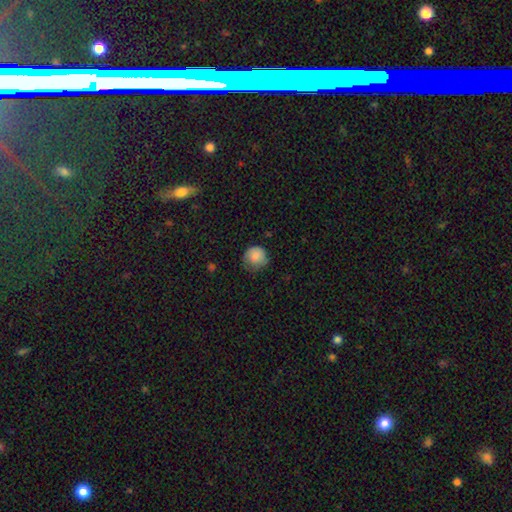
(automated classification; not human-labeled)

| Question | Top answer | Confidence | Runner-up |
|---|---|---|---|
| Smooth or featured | smooth | 82% | featured or disk (10%) |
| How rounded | round | 87% | in between (12%) |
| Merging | none | 59% | minor disturbance (30%) |